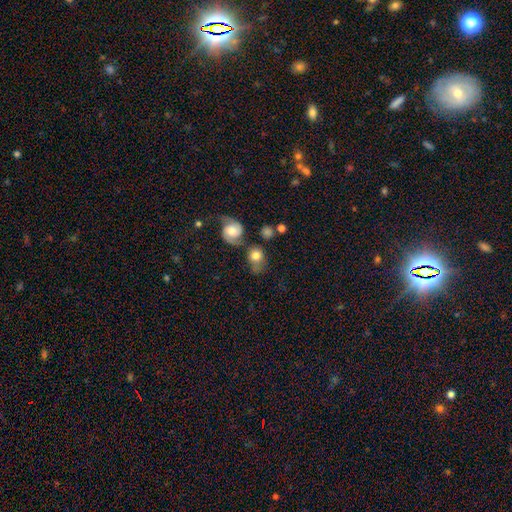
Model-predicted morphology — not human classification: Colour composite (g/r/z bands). It shows a smooth galaxy with no disk features (69%) that is round (55%). Merging: none (44%).